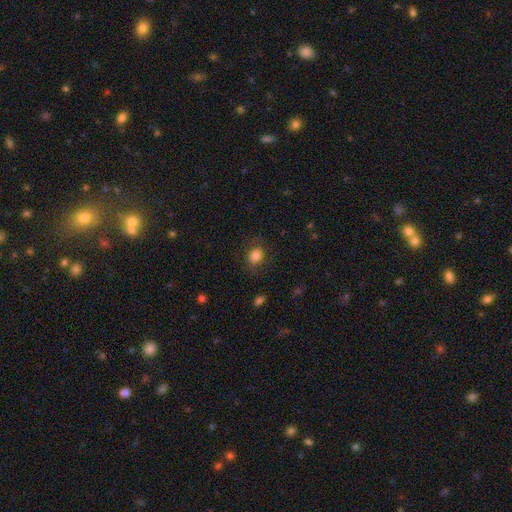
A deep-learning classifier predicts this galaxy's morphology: A smooth galaxy with no disk features (80%) that is round (55%). Merging: none (76%).